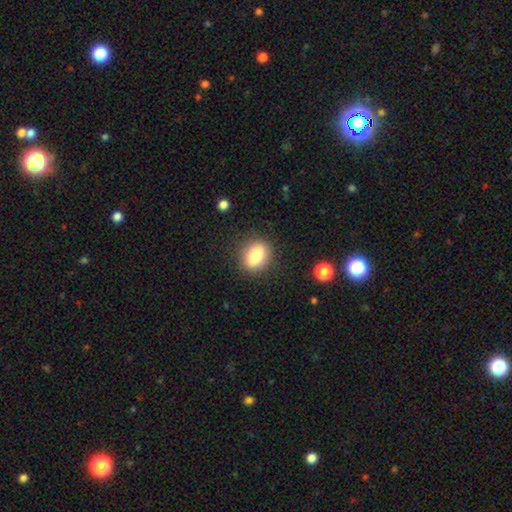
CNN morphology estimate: Smooth or featured: smooth — 80% (featured or disk — 11%)
How rounded: in between — 58% (round — 39%)
Merging: none — 87% (minor disturbance — 9%)